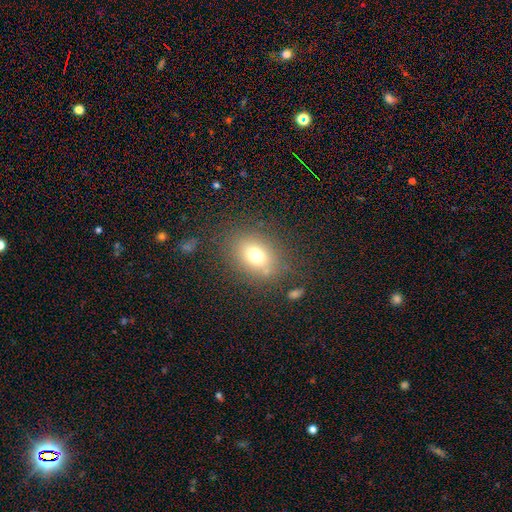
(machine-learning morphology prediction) A smooth galaxy with no disk features (72%) that is in between round and cigar-shaped (57%).

Vote fractions:
- Smooth or featured? smooth: 72% / star or artifact: 15% / featured or disk: 14%
- How rounded? in between: 57% / round: 41% / cigar-shaped: 1%
- Merging? none: 77% / minor disturbance: 12% / major disturbance: 7% / merger: 4%